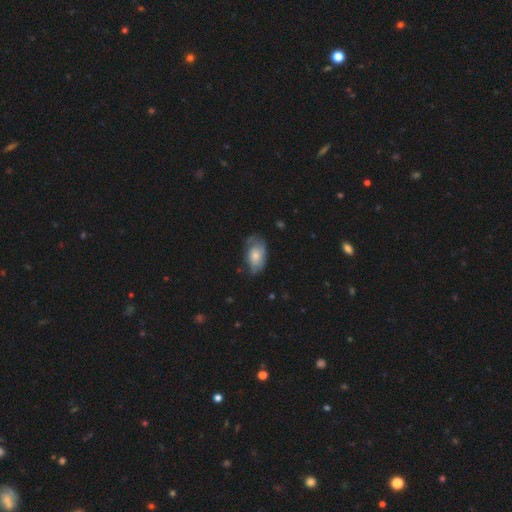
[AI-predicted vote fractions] A smooth galaxy with no disk features (57%) that is in between round and cigar-shaped (90%).

Vote fractions:
- Smooth or featured? smooth: 57% / featured or disk: 36% / star or artifact: 7%
- How rounded? in between: 90% / round: 7% / cigar-shaped: 2%
- Merging? none: 51% / minor disturbance: 33% / major disturbance: 15% / merger: 2%